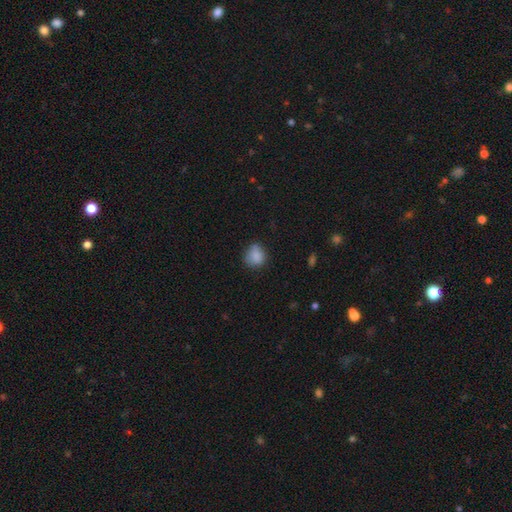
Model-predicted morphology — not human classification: Smooth or featured: smooth — 83% (star or artifact — 9%)
How rounded: round — 73% (in between — 26%)
Merging: none — 64% (minor disturbance — 26%)